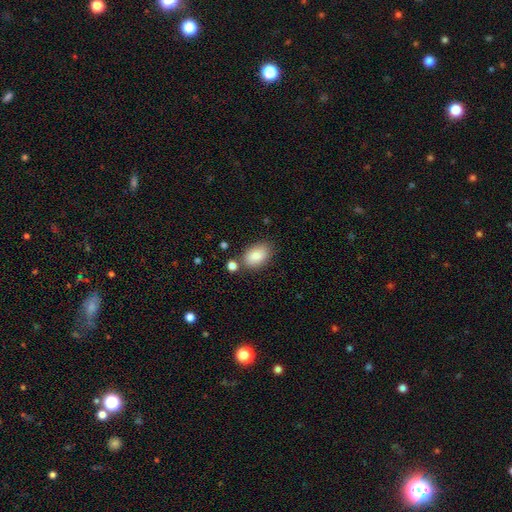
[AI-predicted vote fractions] Overall: smooth (85%). How rounded: in between (89%). Merging: none (73%).